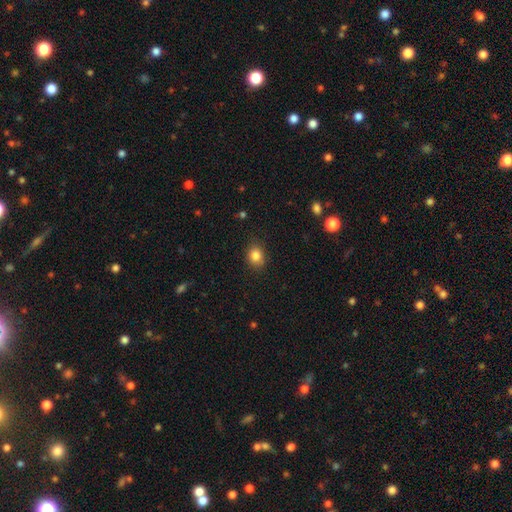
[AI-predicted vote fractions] smooth-or-featured: smooth: 84% | star or artifact: 10% | featured or disk: 6%
  how-rounded: round: 55% | in between: 44% | cigar-shaped: 1%
  merging: none: 84% | minor disturbance: 12% | major disturbance: 3% | merger: 1%